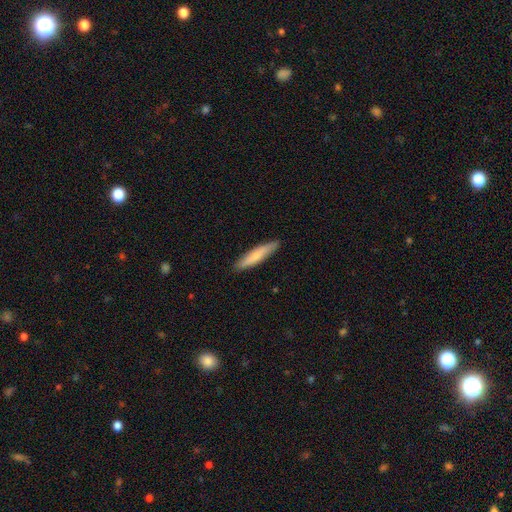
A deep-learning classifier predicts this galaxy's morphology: Smooth or featured? smooth (68%)
How rounded? cigar-shaped (87%)
Merging? none (89%)